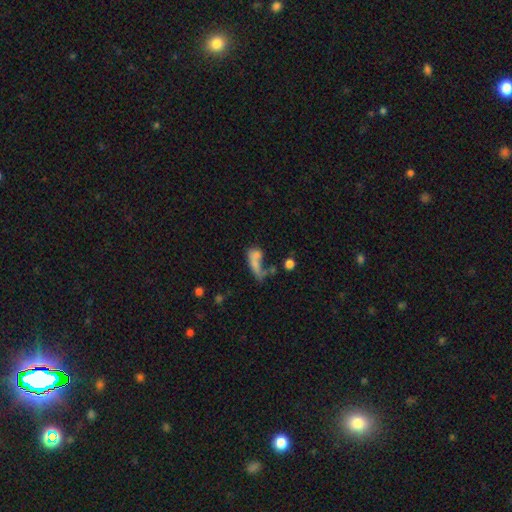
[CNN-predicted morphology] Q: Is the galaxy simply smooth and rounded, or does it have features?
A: smooth — 60%.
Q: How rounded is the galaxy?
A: in between — 58%.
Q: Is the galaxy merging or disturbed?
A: merger — 37%.